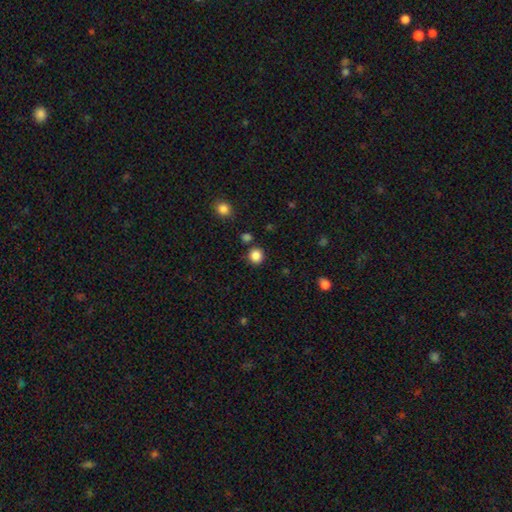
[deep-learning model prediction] A smooth galaxy with no disk features (86%) that is round (92%).

Vote fractions:
- Smooth or featured? smooth: 86% / star or artifact: 11% / featured or disk: 3%
- How rounded? round: 92% / in between: 7% / cigar-shaped: 1%
- Merging? none: 87% / minor disturbance: 7% / merger: 4% / major disturbance: 2%